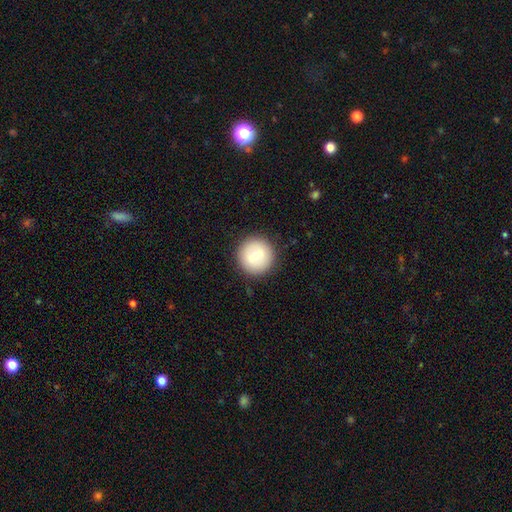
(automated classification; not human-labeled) This appears to be a smooth galaxy with no disk features (76%) that is round (96%). Merging: none (90%).